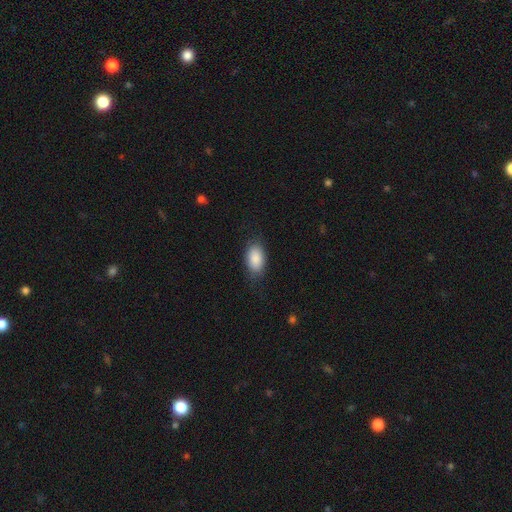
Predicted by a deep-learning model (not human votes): A smooth galaxy with no disk features (88%) that is in between round and cigar-shaped (92%). Merging: none (78%).